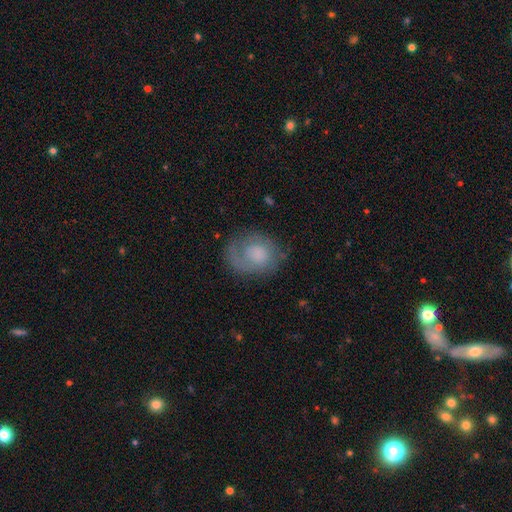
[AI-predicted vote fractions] Overall: smooth (47%; featured or disk 44%). Merging: none (64%).